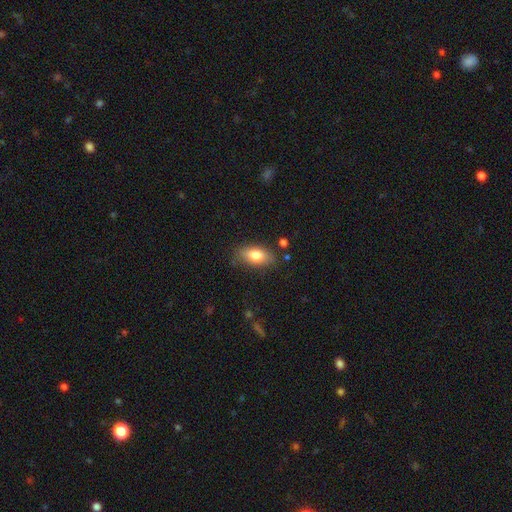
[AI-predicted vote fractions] Overall: smooth (77%). How rounded: in between (87%). Merging: none (79%).